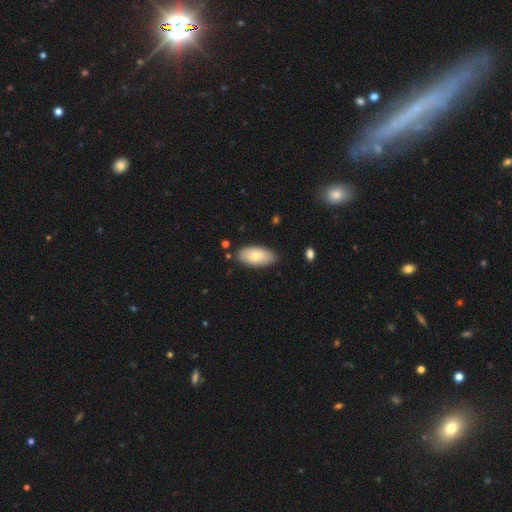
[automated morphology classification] Smooth or featured?
  - smooth: 75% *
  - featured or disk: 19%
  - star or artifact: 6%
How rounded?
  - in between: 93% *
  - cigar-shaped: 4%
  - round: 2%
Merging?
  - none: 81% *
  - minor disturbance: 15%
  - major disturbance: 3%
  - merger: 2%